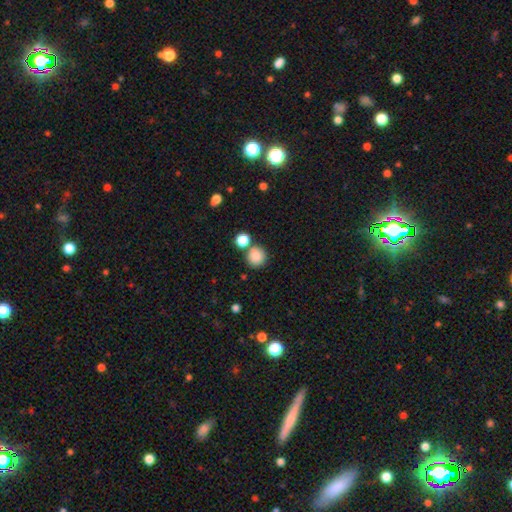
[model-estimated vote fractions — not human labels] Smooth or featured? Predicted: smooth (p=0.86). How rounded? Predicted: round (p=0.89). Merging? Predicted: none (p=0.68).